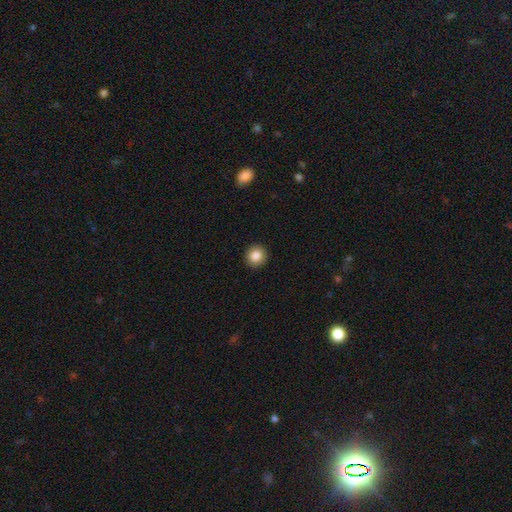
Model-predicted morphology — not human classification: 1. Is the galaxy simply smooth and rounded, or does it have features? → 85% smooth, 9% star or artifact, 6% featured or disk.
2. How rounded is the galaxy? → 93% round, 6% in between, 1% cigar-shaped.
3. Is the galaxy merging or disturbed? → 93% none, 5% minor disturbance, 2% major disturbance, 1% merger.